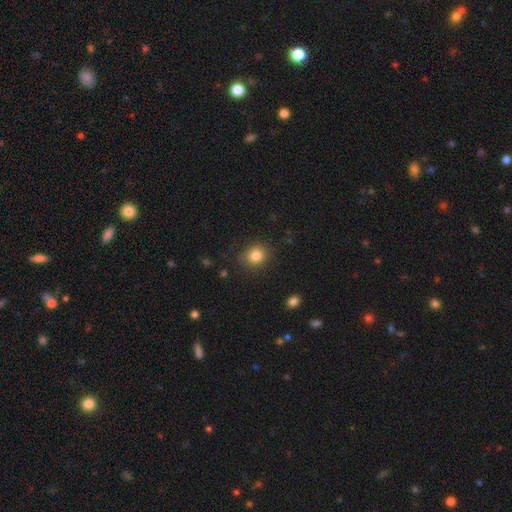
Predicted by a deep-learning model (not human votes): Smooth or featured? Predicted: smooth (p=0.83). How rounded? Predicted: round (p=0.73). Merging? Predicted: none (p=0.83).